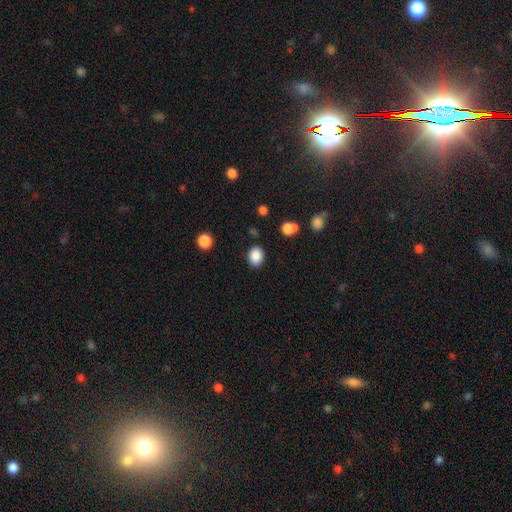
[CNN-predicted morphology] smooth-or-featured: smooth: 87% | star or artifact: 9% | featured or disk: 4%
  how-rounded: in between: 50% | round: 49% | cigar-shaped: 1%
  merging: none: 85% | minor disturbance: 10% | major disturbance: 3% | merger: 2%